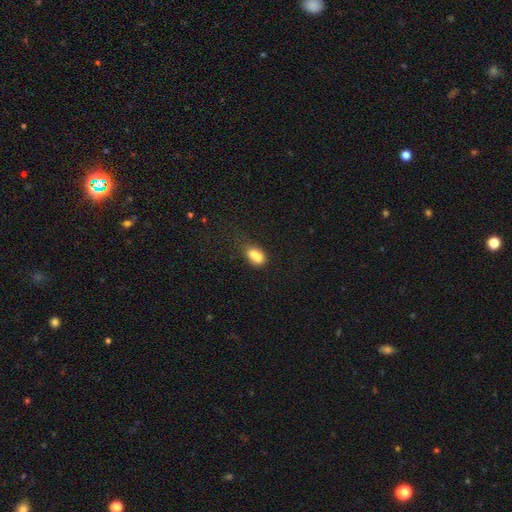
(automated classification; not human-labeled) smooth_or_featured: smooth (p=0.73) [alt: featured or disk p=0.17]
how_rounded: in between (p=0.74) [alt: round p=0.22]
merging: merger (p=0.48) [alt: none p=0.29]